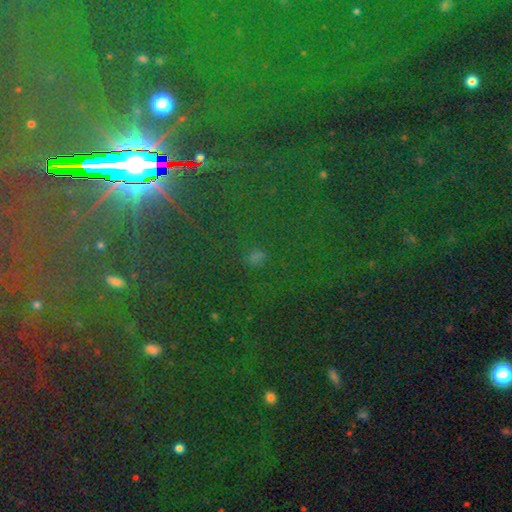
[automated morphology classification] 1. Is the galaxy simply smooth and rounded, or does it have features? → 73% star or artifact, 19% smooth, 7% featured or disk.